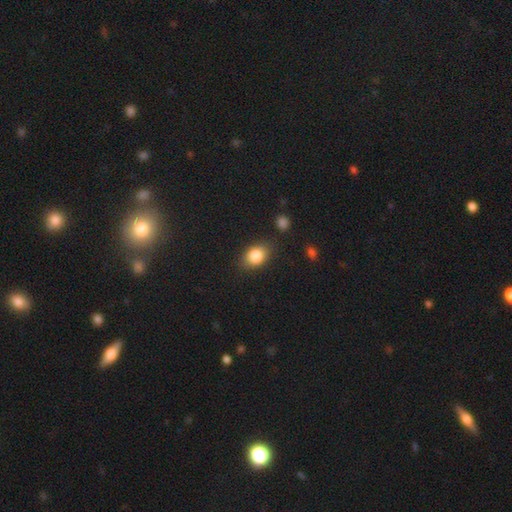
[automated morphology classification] smooth 84%, star or artifact 9%, featured or disk 8%. Down the decision tree: how rounded — in between (74%); merging — none (79%).